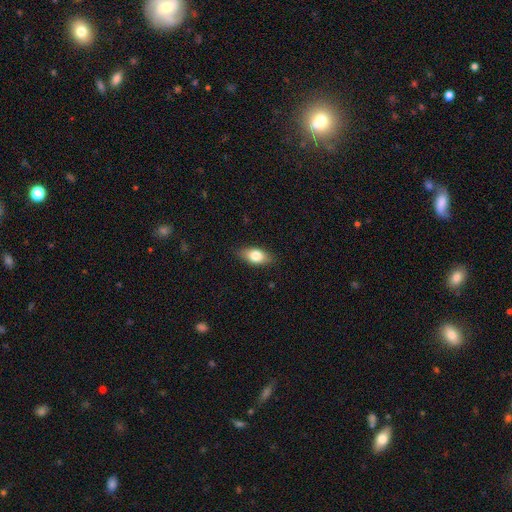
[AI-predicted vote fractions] The model was most divided on "smooth or featured": smooth: 77%, featured or disk: 15%, star or artifact: 7%. More confident: how rounded — in between (86%); merging — none (85%).